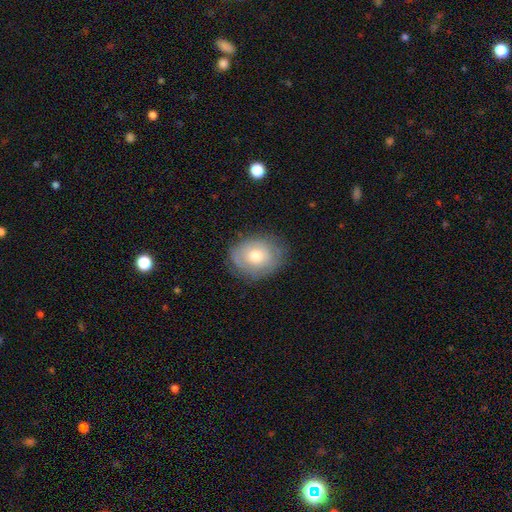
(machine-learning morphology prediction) Overall: smooth (52%; featured or disk 39%). How rounded: in between (57%; round 42%). Merging: none (75%).